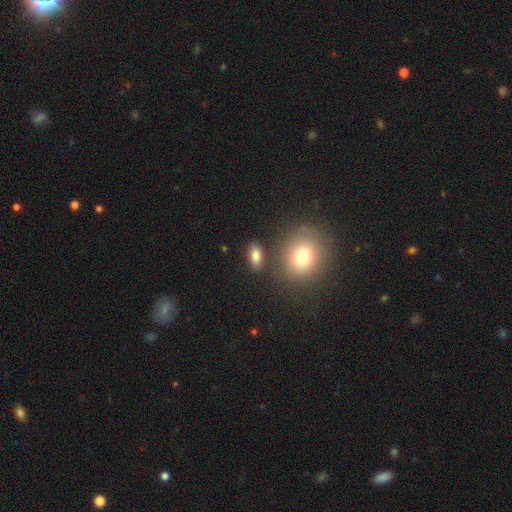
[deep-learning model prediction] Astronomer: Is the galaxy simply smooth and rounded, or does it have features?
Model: smooth — 81%.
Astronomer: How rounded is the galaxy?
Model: in between — 84%.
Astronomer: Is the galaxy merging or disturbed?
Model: none — 81%.